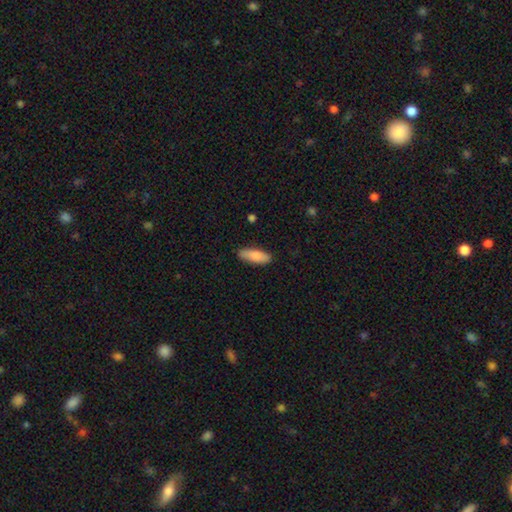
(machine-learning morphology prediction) Smooth or featured? Predicted: smooth (p=0.83). How rounded? Predicted: in between (p=0.62). Merging? Predicted: none (p=0.85).